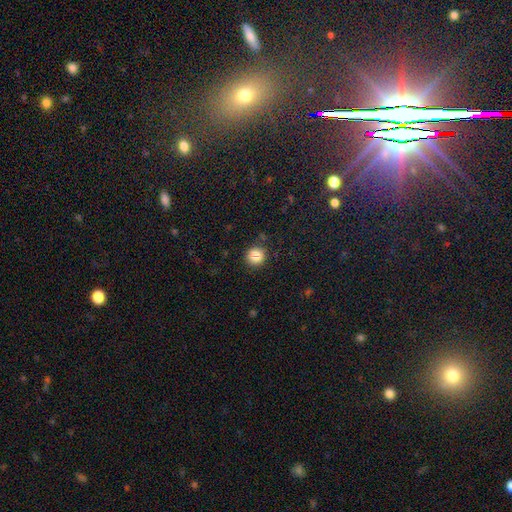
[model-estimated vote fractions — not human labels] smooth-or-featured: smooth: 86% | star or artifact: 10% | featured or disk: 4%
  how-rounded: round: 92% | in between: 7% | cigar-shaped: 1%
  merging: none: 88% | minor disturbance: 8% | major disturbance: 3% | merger: 2%